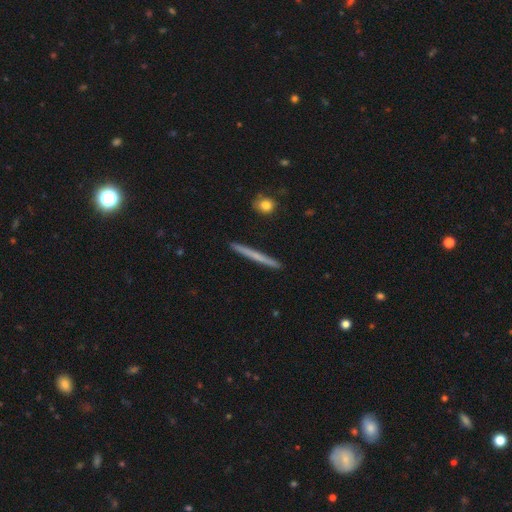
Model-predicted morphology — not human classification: A smooth galaxy with no disk features (48%).

Vote fractions:
- Smooth or featured? smooth: 48% / featured or disk: 46% / star or artifact: 6%
- Merging? none: 92% / minor disturbance: 6% / merger: 1% / major disturbance: 1%